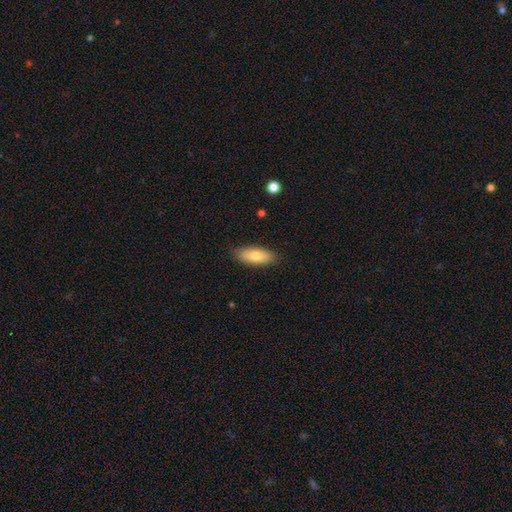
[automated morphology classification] smooth-or-featured: smooth: 74% | featured or disk: 19% | star or artifact: 7%
  how-rounded: in between: 73% | cigar-shaped: 25% | round: 3%
  merging: none: 87% | minor disturbance: 10% | major disturbance: 2% | merger: 1%